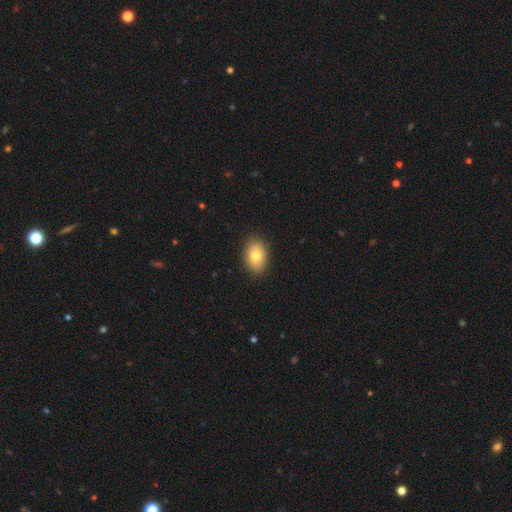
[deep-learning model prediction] smooth 81%, featured or disk 11%, star or artifact 8%. Down the decision tree: how rounded — in between (84%); merging — none (88%).